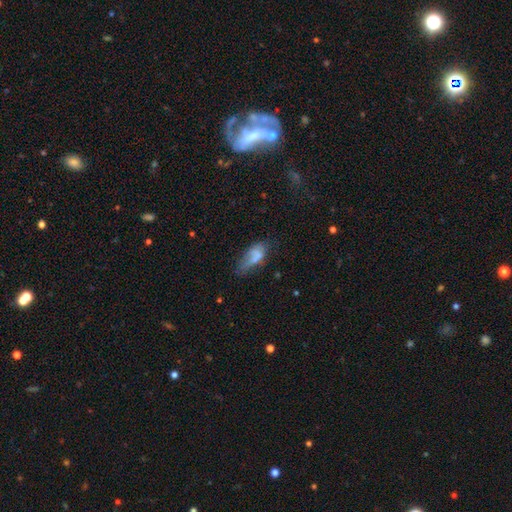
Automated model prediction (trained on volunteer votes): Smooth or featured? Predicted: smooth (p=0.62). How rounded? Predicted: in between (p=0.80). Merging? Predicted: minor disturbance (p=0.31).